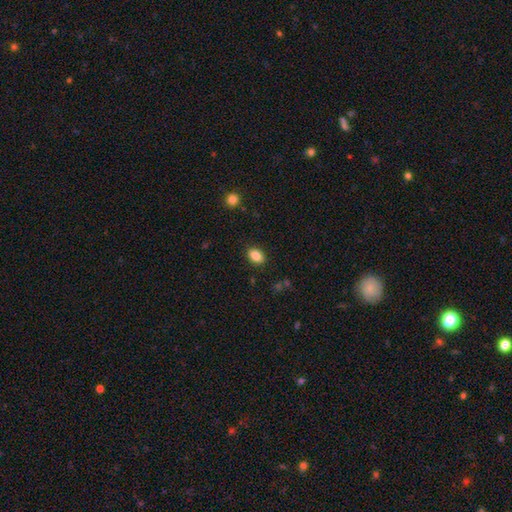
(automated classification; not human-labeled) Smooth or featured? Predicted: smooth (p=0.86). How rounded? Predicted: in between (p=0.80). Merging? Predicted: none (p=0.88).